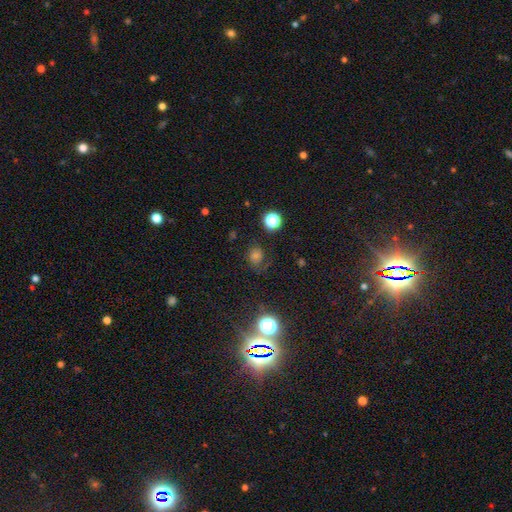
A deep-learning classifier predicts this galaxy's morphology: This is possibly a smooth galaxy (48%). Merging: likely none (65%).